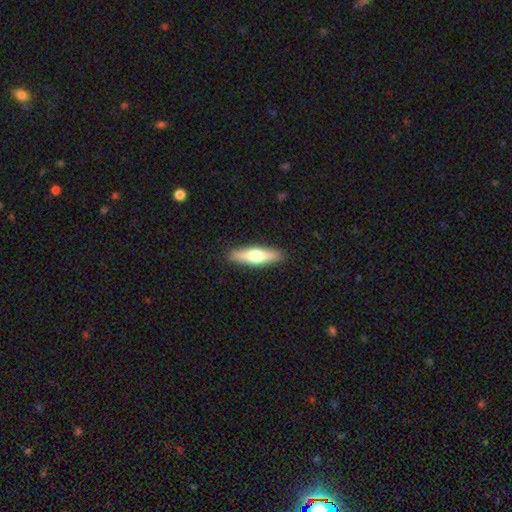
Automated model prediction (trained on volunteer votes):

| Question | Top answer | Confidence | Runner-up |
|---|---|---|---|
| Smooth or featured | smooth | 57% | featured or disk (38%) |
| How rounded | cigar-shaped | 65% | in between (32%) |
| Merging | none | 90% | minor disturbance (7%) |